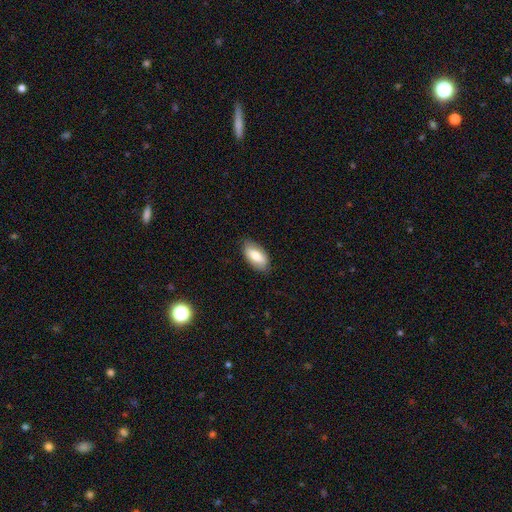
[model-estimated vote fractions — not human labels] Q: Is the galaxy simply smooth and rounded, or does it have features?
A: smooth — 72%.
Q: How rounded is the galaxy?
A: in between — 91%.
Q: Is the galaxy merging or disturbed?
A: none — 83%.